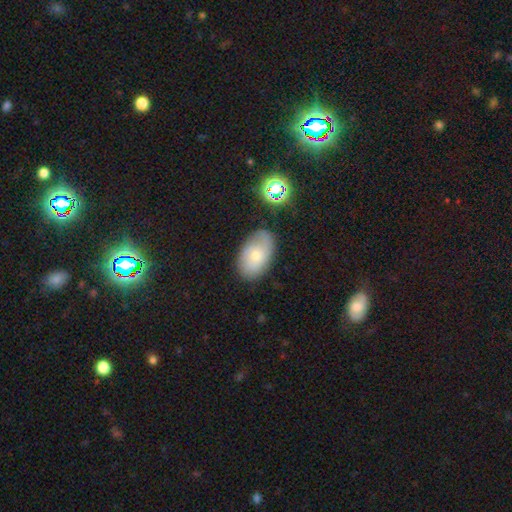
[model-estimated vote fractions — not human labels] Overall: smooth (57%; featured or disk 34%). How rounded: in between (90%). Merging: none (71%).